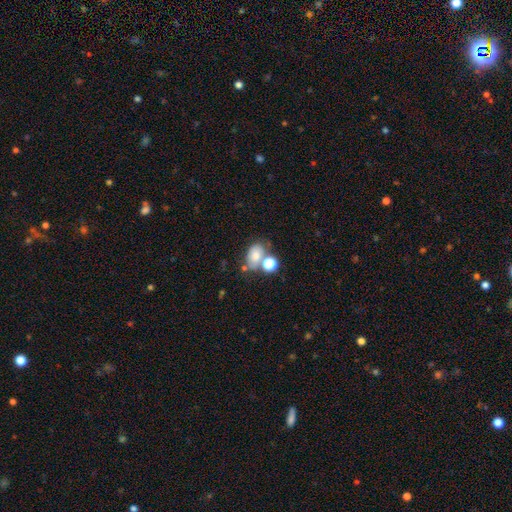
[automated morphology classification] Smooth or featured?
  - smooth: 72% *
  - featured or disk: 15%
  - star or artifact: 13%
How rounded?
  - in between: 72% *
  - round: 27%
  - cigar-shaped: 1%
Merging?
  - none: 42% *
  - merger: 36%
  - minor disturbance: 14%
  - major disturbance: 8%